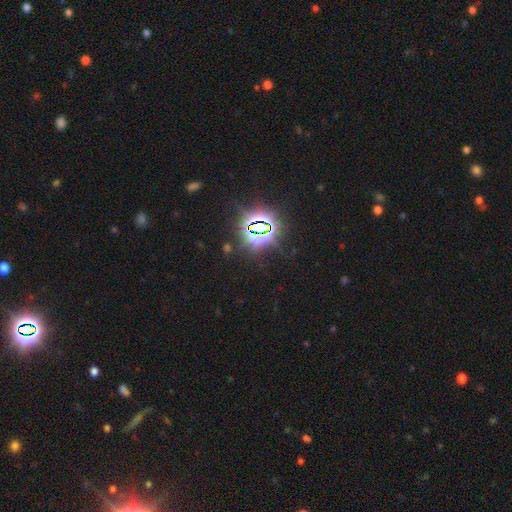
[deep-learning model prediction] smooth-or-featured: star or artifact: 82% | smooth: 12% | featured or disk: 6%